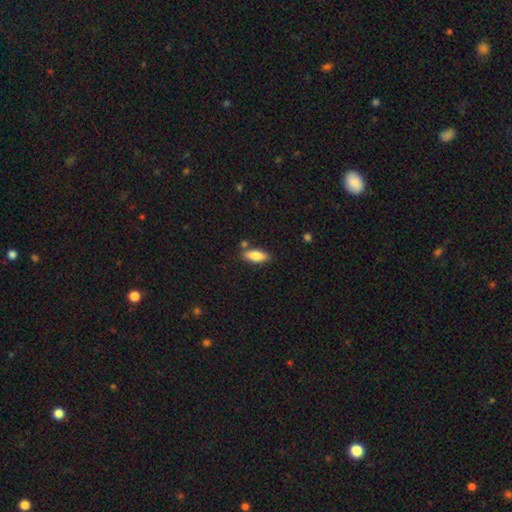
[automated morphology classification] A smooth galaxy with no disk features (80%) that is in between round and cigar-shaped (76%).

Vote fractions:
- Smooth or featured? smooth: 80% / featured or disk: 14% / star or artifact: 7%
- How rounded? in between: 76% / cigar-shaped: 21% / round: 2%
- Merging? none: 78% / minor disturbance: 12% / merger: 7% / major disturbance: 3%